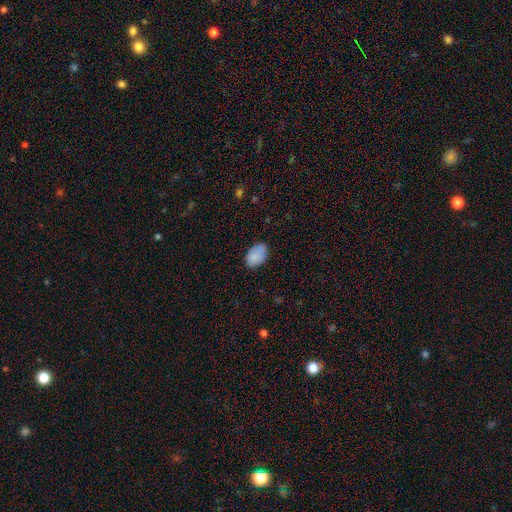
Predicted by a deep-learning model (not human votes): This is clearly a smooth galaxy (86%). How rounded: clearly in between (87%). Merging: likely none (69%).